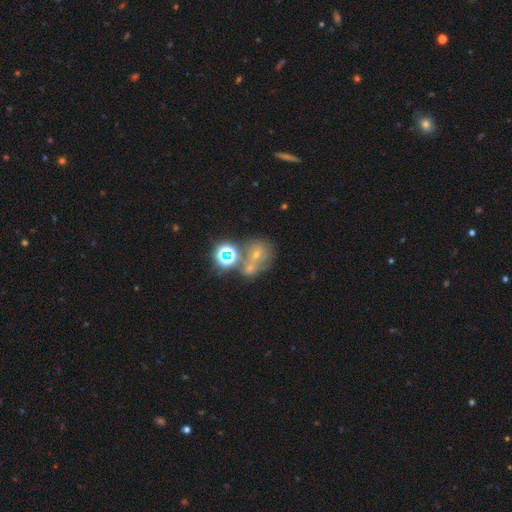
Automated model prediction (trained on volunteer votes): Overall: smooth (35%, tied with star or artifact). Merging: merger (41%; none 38%).